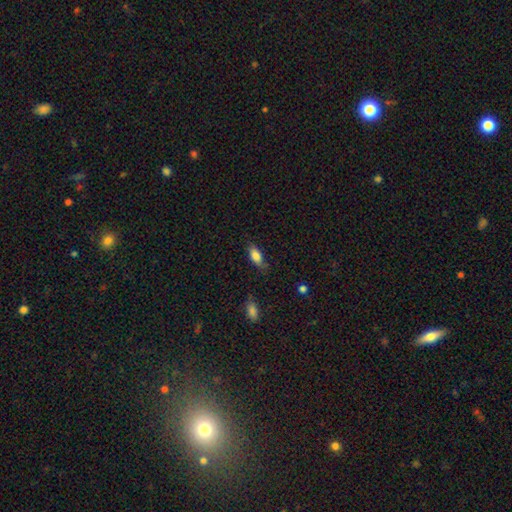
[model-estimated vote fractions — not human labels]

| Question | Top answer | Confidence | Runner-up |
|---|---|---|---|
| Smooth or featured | smooth | 83% | featured or disk (9%) |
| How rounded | in between | 83% | cigar-shaped (14%) |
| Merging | none | 71% | minor disturbance (22%) |